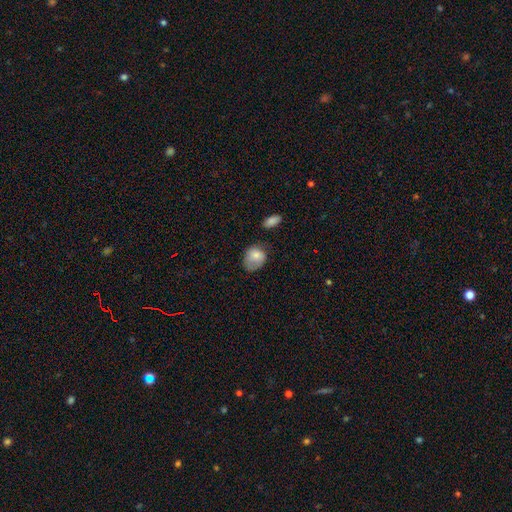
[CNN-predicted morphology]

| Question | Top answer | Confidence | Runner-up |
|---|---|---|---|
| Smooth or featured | smooth | 75% | featured or disk (17%) |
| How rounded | in between | 53% | round (46%) |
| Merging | none | 40% | minor disturbance (36%) |